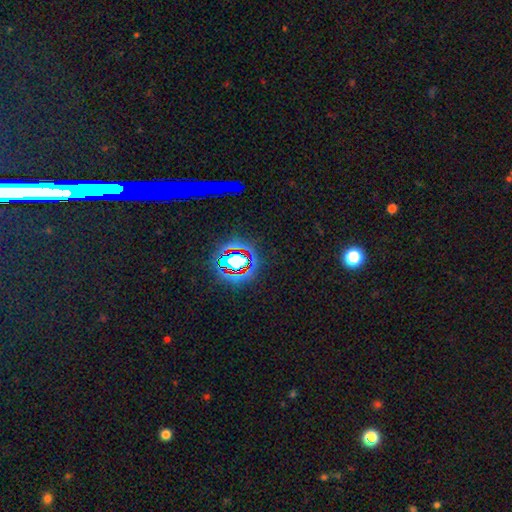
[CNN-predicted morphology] smooth_or_featured: star or artifact (p=0.78) [alt: smooth p=0.11]